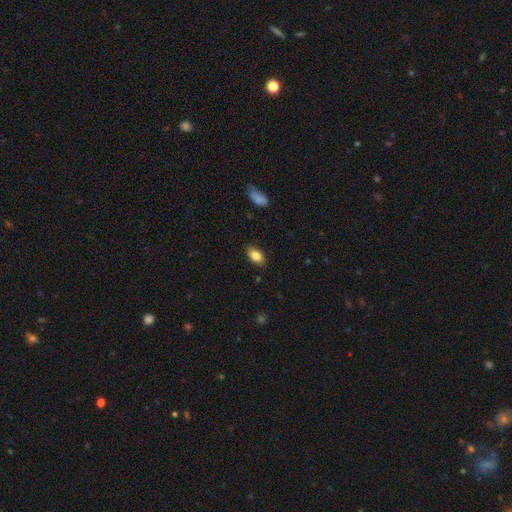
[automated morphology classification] Overall: smooth (84%). How rounded: in between (90%). Merging: none (87%).